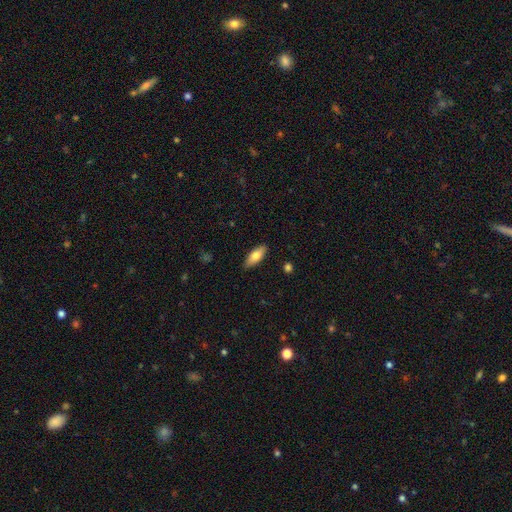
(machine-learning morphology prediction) This is likely a smooth galaxy (73%). How rounded: likely in between (72%). Merging: clearly none (88%).